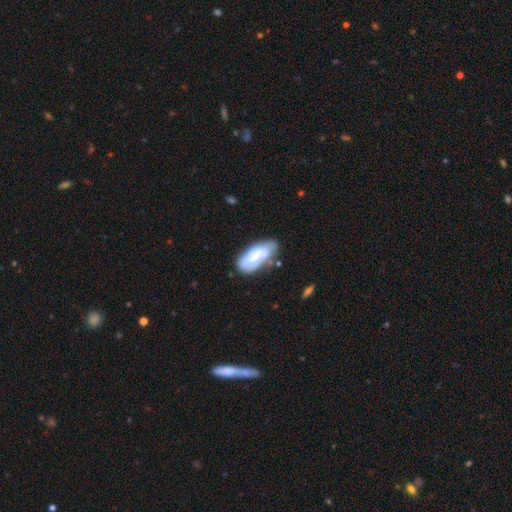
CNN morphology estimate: A featured or disk galaxy (51%).

Vote fractions:
- Smooth or featured? featured or disk: 51% / smooth: 42% / star or artifact: 7%
- Edge-on disk? no: 92% / yes: 8%
- Merging? none: 55% / minor disturbance: 26% / major disturbance: 11% / merger: 8%